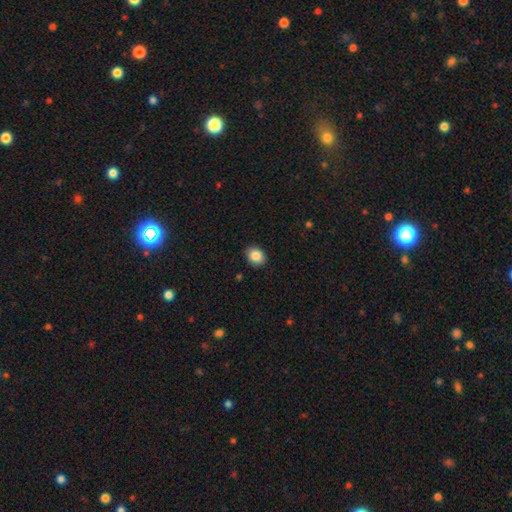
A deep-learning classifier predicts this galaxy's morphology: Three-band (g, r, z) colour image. It shows a smooth galaxy with no disk features (87%) that is in between round and cigar-shaped (55%). Merging: none (90%).